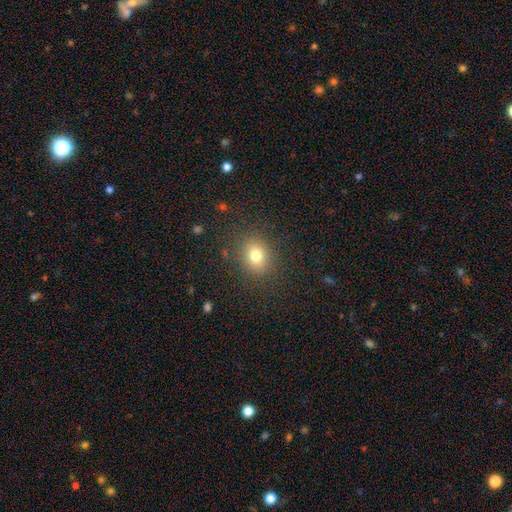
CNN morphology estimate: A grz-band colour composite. It shows a smooth galaxy with no disk features (76%) that is round (66%). Merging: none (86%).